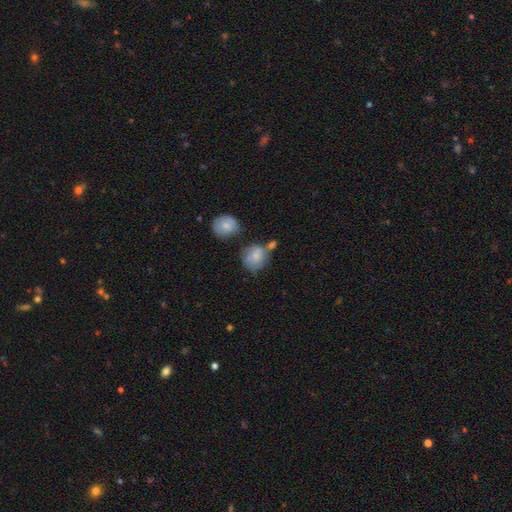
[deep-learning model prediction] smooth 74%, featured or disk 18%, star or artifact 8%. Down the decision tree: how rounded — round (69%); merging — none (45%).